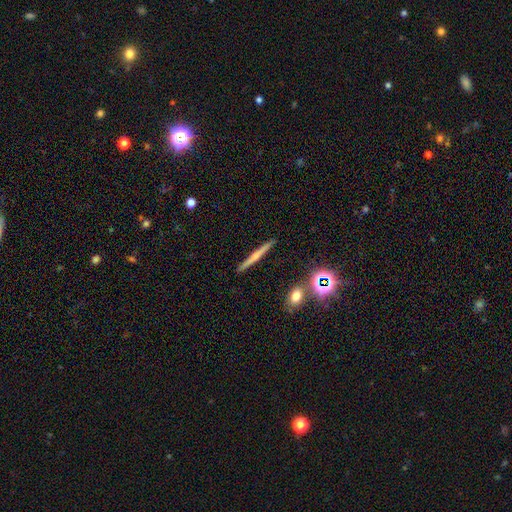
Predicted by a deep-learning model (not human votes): Q: Smooth or featured?
A: featured or disk (48%); runner-up: smooth (42%)
Q: Merging?
A: none (90%); runner-up: minor disturbance (6%)